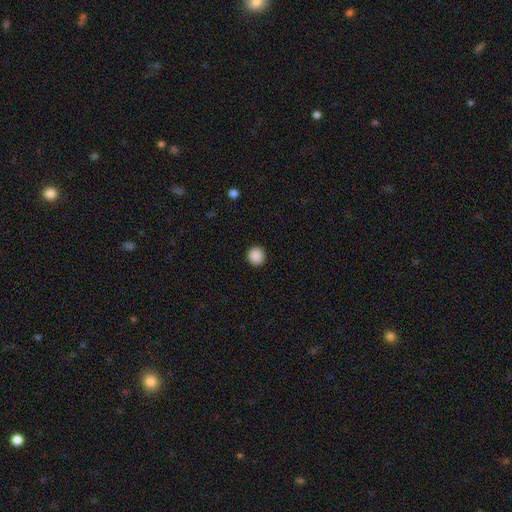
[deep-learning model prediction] Smooth or featured: smooth — 89% (star or artifact — 9%)
How rounded: round — 93% (in between — 6%)
Merging: none — 93% (minor disturbance — 5%)